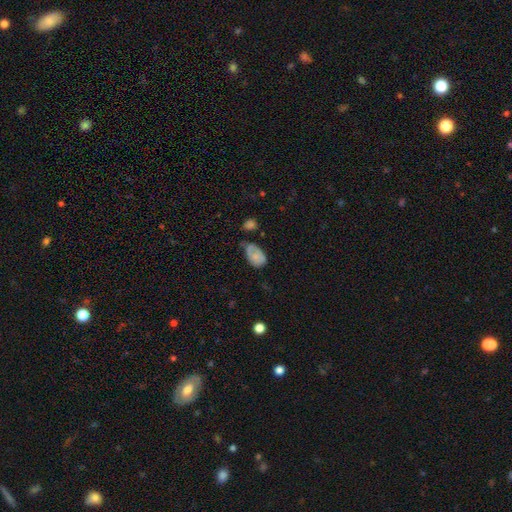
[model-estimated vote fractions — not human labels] Smooth or featured? smooth (66%)
How rounded? in between (89%)
Merging? minor disturbance (38%)